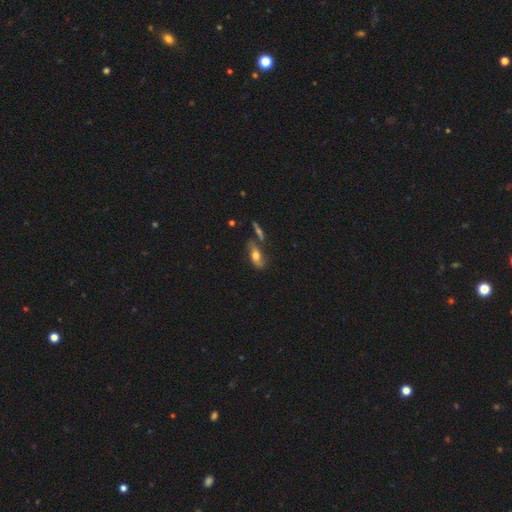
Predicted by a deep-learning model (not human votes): Smooth or featured?
  - smooth: 50% *
  - featured or disk: 40%
  - star or artifact: 10%
How rounded?
  - in between: 73% *
  - cigar-shaped: 22%
  - round: 5%
Merging?
  - none: 52% *
  - minor disturbance: 20%
  - merger: 19%
  - major disturbance: 10%